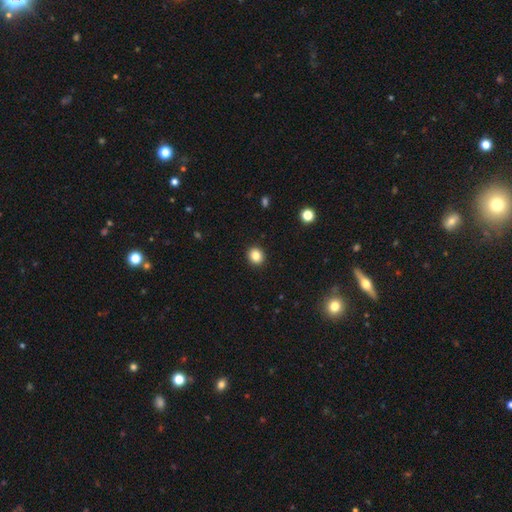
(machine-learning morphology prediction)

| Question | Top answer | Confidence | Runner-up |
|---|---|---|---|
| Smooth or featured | smooth | 84% | star or artifact (11%) |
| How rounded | round | 75% | in between (24%) |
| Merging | none | 92% | minor disturbance (5%) |